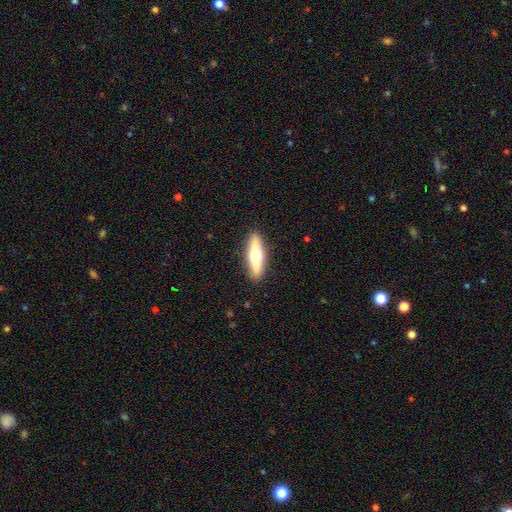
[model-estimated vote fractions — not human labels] Q: Smooth or featured?
A: featured or disk (50%); runner-up: smooth (44%)
Q: Edge-on disk?
A: yes (92%); runner-up: no (8%)
Q: Merging?
A: none (90%); runner-up: minor disturbance (7%)